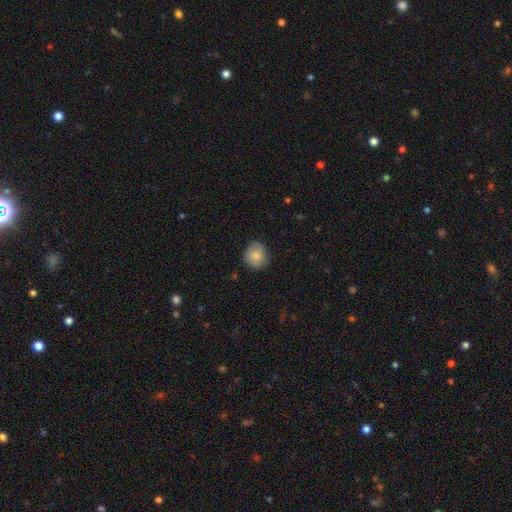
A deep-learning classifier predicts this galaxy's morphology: Smooth or featured? smooth (83%)
How rounded? round (84%)
Merging? none (81%)